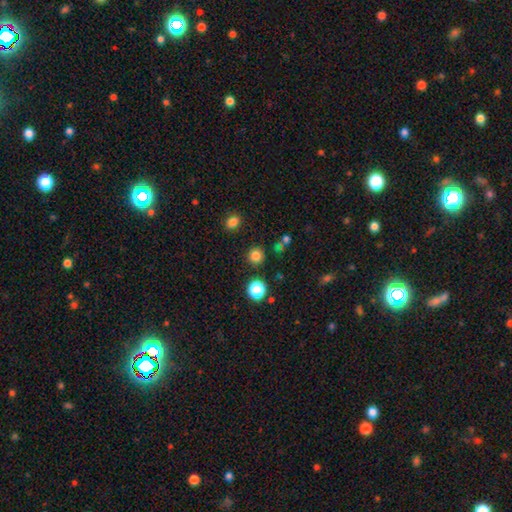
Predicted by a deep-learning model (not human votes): A smooth galaxy with no disk features (80%) that is round (92%).

Vote fractions:
- Smooth or featured? smooth: 80% / star or artifact: 16% / featured or disk: 4%
- How rounded? round: 92% / in between: 7% / cigar-shaped: 1%
- Merging? none: 87% / minor disturbance: 7% / merger: 3% / major disturbance: 3%